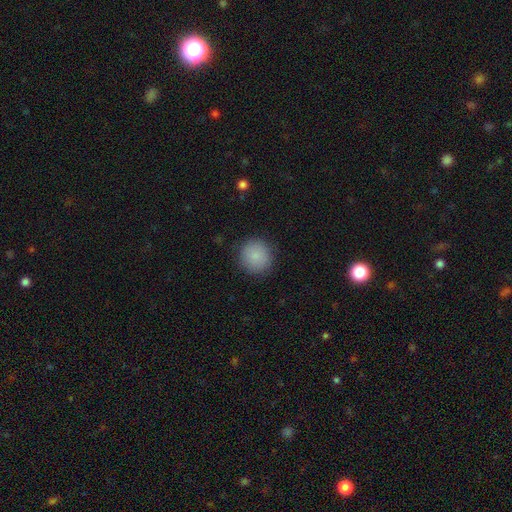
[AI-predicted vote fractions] Morphology: type=smooth (87%); roundness=round (91%); merging=none (88%).